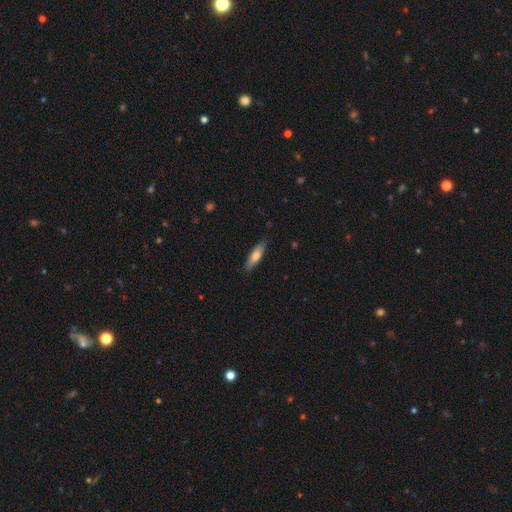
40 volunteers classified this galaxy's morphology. Q: Smooth or featured?
A: smooth (80%); runner-up: featured or disk (20%)
Q: How rounded?
A: cigar-shaped (59%); runner-up: in between (41%)
Q: Merging?
A: none (88%); runner-up: minor disturbance (12%)